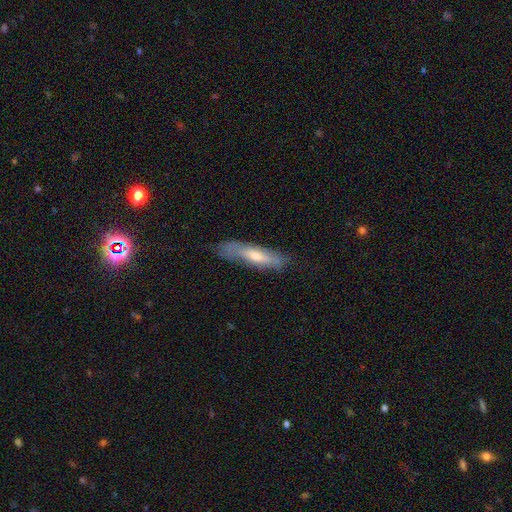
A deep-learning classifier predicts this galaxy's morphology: Smooth or featured? smooth (54%)
How rounded? cigar-shaped (74%)
Merging? none (68%)